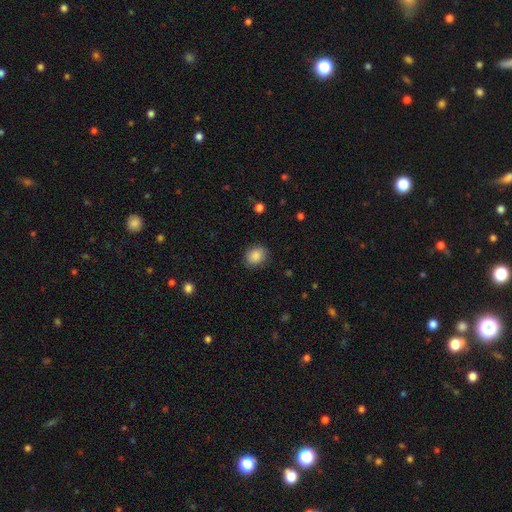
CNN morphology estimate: Smooth or featured?
  - smooth: 87% *
  - star or artifact: 8%
  - featured or disk: 5%
How rounded?
  - in between: 51% *
  - round: 48%
  - cigar-shaped: 1%
Merging?
  - none: 85% *
  - minor disturbance: 11%
  - major disturbance: 3%
  - merger: 1%